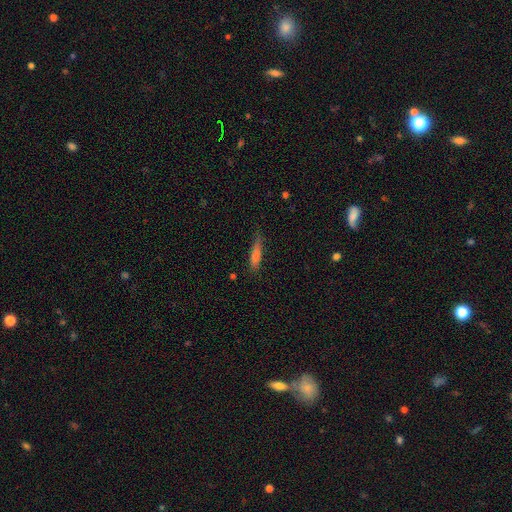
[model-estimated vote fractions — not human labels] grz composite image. It shows a smooth galaxy with no disk features (65%) that is cigar-shaped (84%). Merging: none (72%).